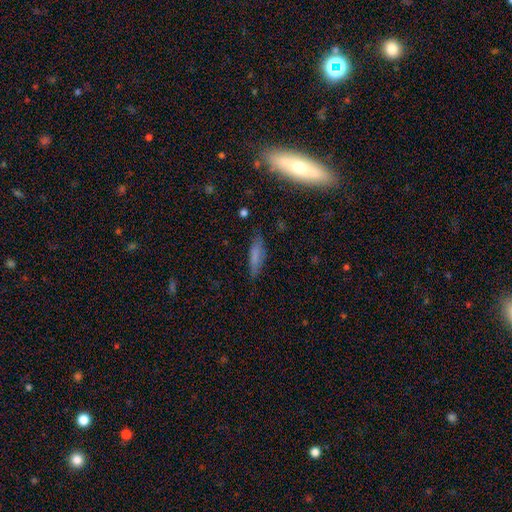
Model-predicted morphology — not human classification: The model was most divided on "how rounded": cigar-shaped: 65%, in between: 33%, round: 2%. More confident: merging — none (78%); smooth or featured — smooth (73%).